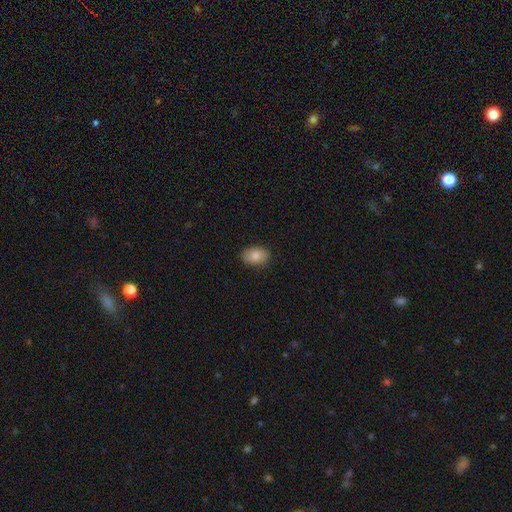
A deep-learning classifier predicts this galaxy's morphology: smooth_or_featured: smooth (p=0.84) [alt: featured or disk p=0.08]
how_rounded: in between (p=0.86) [alt: round p=0.13]
merging: none (p=0.87) [alt: minor disturbance p=0.10]